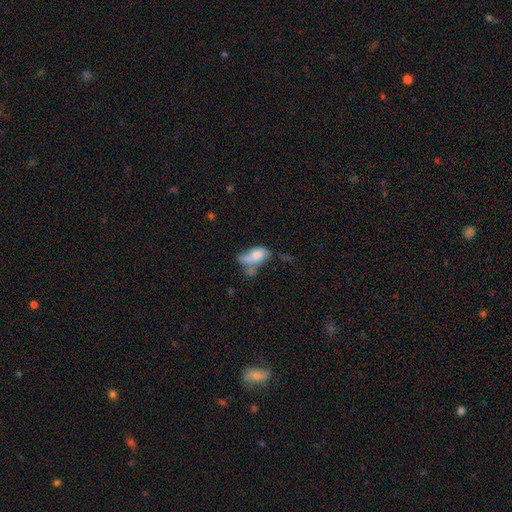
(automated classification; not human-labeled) A smooth galaxy with no disk features (65%) that is in between round and cigar-shaped (86%).

Vote fractions:
- Smooth or featured? smooth: 65% / featured or disk: 26% / star or artifact: 9%
- How rounded? in between: 86% / cigar-shaped: 7% / round: 7%
- Merging? merger: 38% / major disturbance: 24% / none: 19% / minor disturbance: 19%